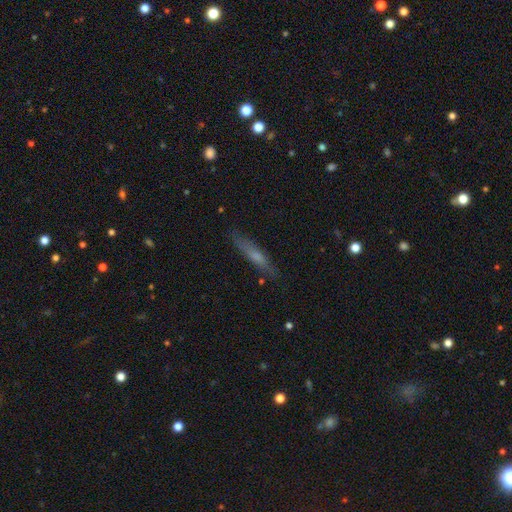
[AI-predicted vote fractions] This is possibly a smooth galaxy (53%). How rounded: clearly cigar-shaped (89%). Merging: clearly none (82%).